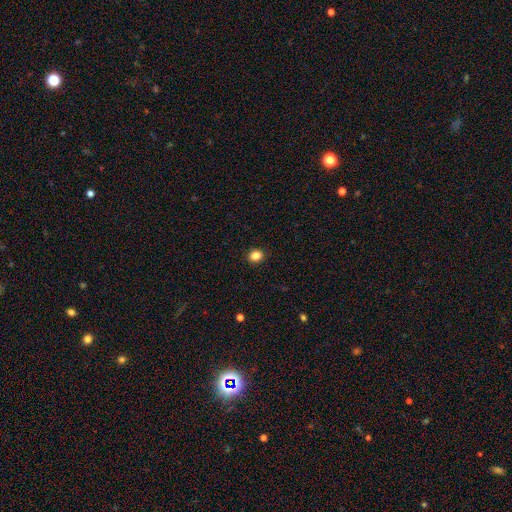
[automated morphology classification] Smooth or featured? smooth (86%)
How rounded? round (59%)
Merging? none (91%)